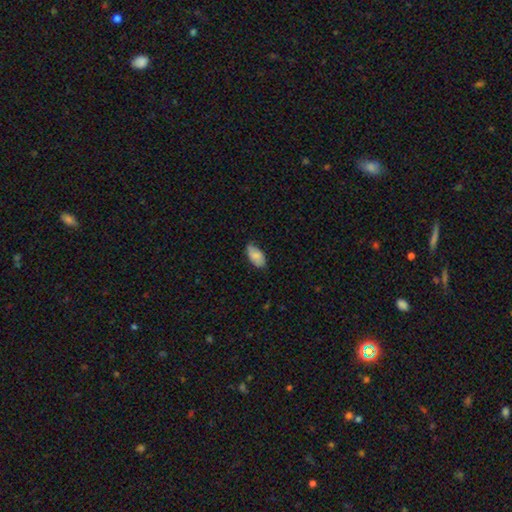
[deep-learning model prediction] Smooth or featured?
  - smooth: 80% *
  - featured or disk: 13%
  - star or artifact: 7%
How rounded?
  - in between: 94% *
  - cigar-shaped: 3%
  - round: 3%
Merging?
  - none: 68% *
  - minor disturbance: 27%
  - major disturbance: 4%
  - merger: 1%